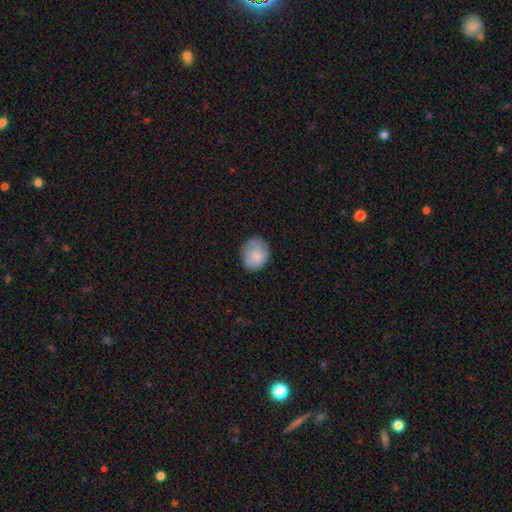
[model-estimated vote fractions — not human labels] The model was most divided on "how rounded": round: 68%, in between: 31%, cigar-shaped: 1%. More confident: smooth or featured — smooth (81%); merging — none (71%).